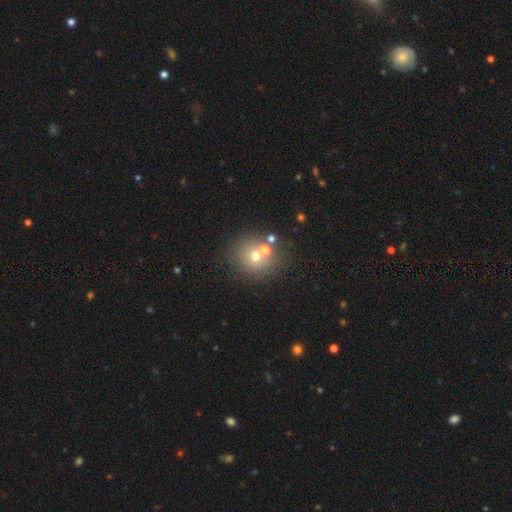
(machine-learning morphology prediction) Q: Smooth or featured?
A: smooth (63%); runner-up: featured or disk (19%)
Q: How rounded?
A: round (85%); runner-up: in between (14%)
Q: Merging?
A: none (62%); runner-up: merger (25%)